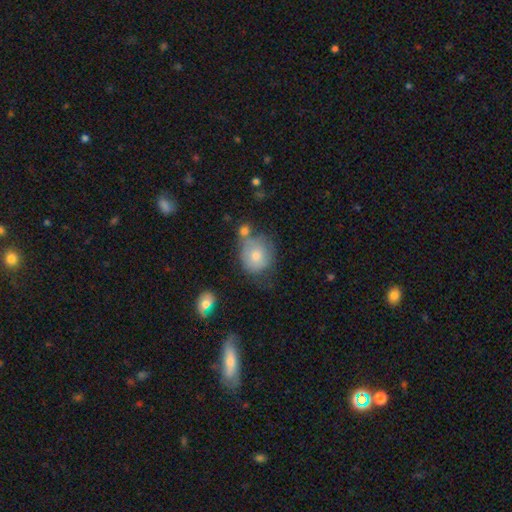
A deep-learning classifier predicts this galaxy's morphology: A smooth galaxy with no disk features (72%) that is round (75%).

Vote fractions:
- Smooth or featured? smooth: 72% / featured or disk: 21% / star or artifact: 8%
- How rounded? round: 75% / in between: 24% / cigar-shaped: 1%
- Merging? none: 44% / minor disturbance: 26% / merger: 18% / major disturbance: 12%